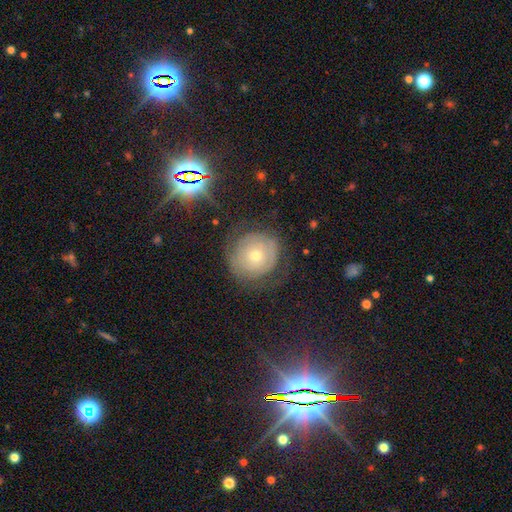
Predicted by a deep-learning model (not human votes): smooth-or-featured: featured or disk: 53% | smooth: 34% | star or artifact: 12%
  disk-edge-on: no: 96% | yes: 4%
    bar: no: 84% | weak: 12% | strong: 3%
    has-spiral-arms: yes: 68% | no: 32%
    bulge-size: small: 58% | moderate: 38% | large: 2% | none: 1% | dominant: 1%
  merging: none: 68% | minor disturbance: 17% | major disturbance: 13% | merger: 2%